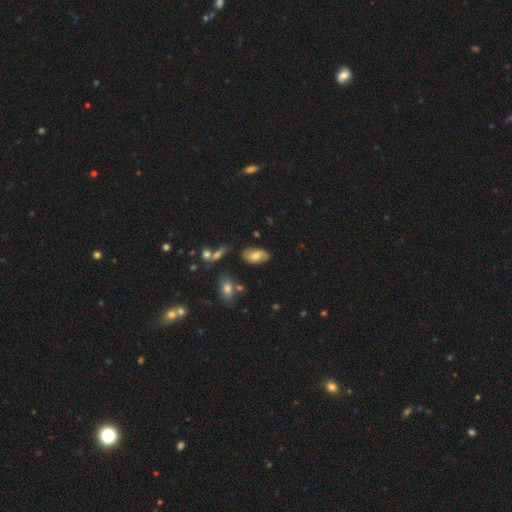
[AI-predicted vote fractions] A smooth galaxy with no disk features (65%) that is in between round and cigar-shaped (93%). Merging: none (75%).